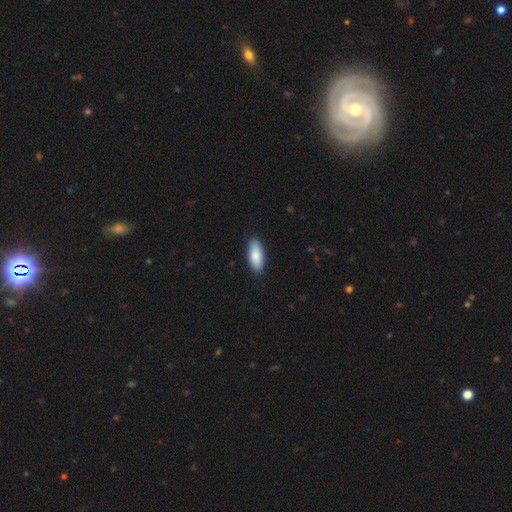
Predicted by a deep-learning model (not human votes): Smooth or featured?
  - smooth: 85% *
  - featured or disk: 10%
  - star or artifact: 5%
How rounded?
  - in between: 80% *
  - cigar-shaped: 18%
  - round: 2%
Merging?
  - none: 88% *
  - minor disturbance: 9%
  - major disturbance: 2%
  - merger: 1%